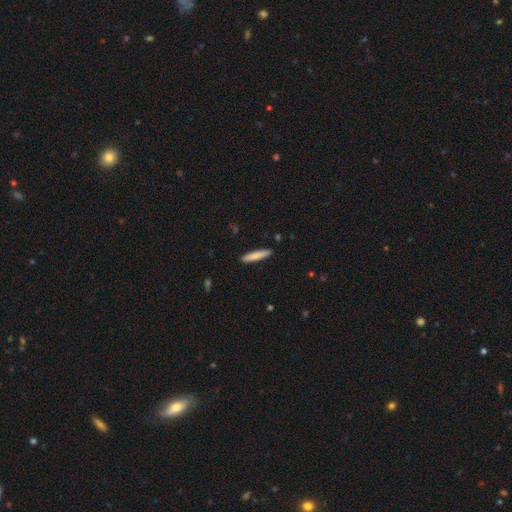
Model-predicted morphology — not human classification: smooth 80%, featured or disk 14%, star or artifact 6%. Down the decision tree: how rounded — cigar-shaped (91%); merging — none (91%).